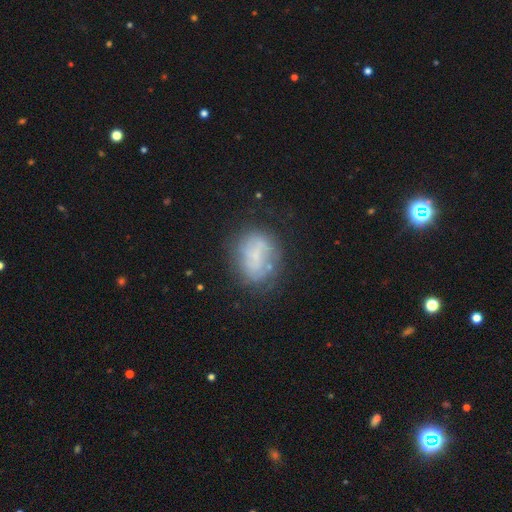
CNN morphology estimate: Smooth or featured: smooth — 47% (featured or disk — 41%)
Merging: none — 57% (minor disturbance — 22%)